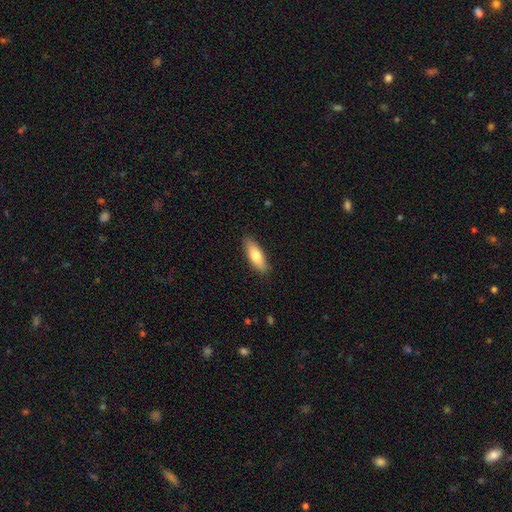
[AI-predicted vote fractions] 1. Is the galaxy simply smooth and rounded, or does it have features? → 74% smooth, 20% featured or disk, 6% star or artifact.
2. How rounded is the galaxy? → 57% in between, 41% cigar-shaped, 2% round.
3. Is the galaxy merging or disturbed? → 88% none, 9% minor disturbance, 2% major disturbance, 1% merger.